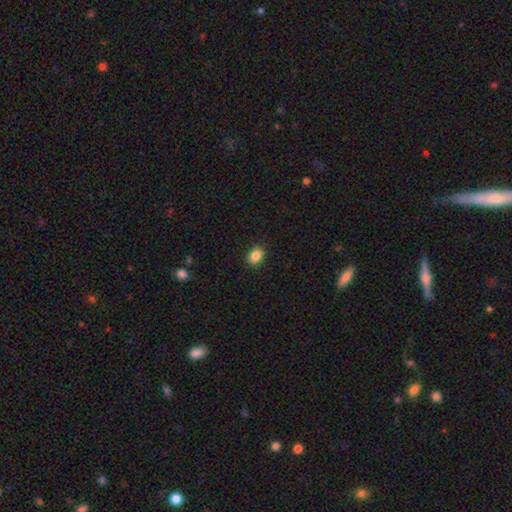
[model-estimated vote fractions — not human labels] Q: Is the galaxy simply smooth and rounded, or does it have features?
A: smooth — 86%.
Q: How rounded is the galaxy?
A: in between — 65%.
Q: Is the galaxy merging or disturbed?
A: none — 90%.